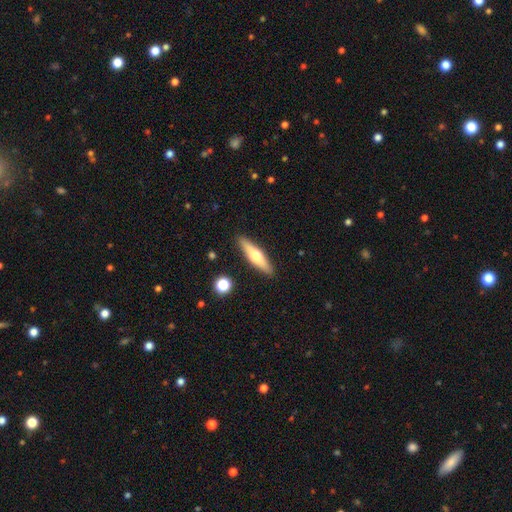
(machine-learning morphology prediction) This appears to be a smooth galaxy with no disk features (51%) that is cigar-shaped (74%). Merging: none (89%).